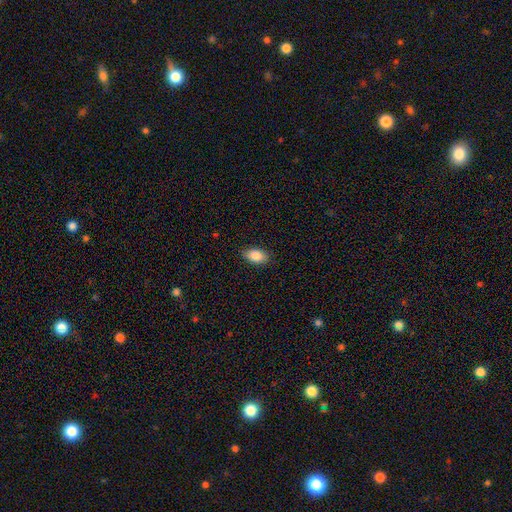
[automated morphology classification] Smooth or featured?
  - smooth: 87% *
  - star or artifact: 7%
  - featured or disk: 6%
How rounded?
  - in between: 93% *
  - round: 5%
  - cigar-shaped: 2%
Merging?
  - none: 88% *
  - minor disturbance: 9%
  - major disturbance: 2%
  - merger: 1%